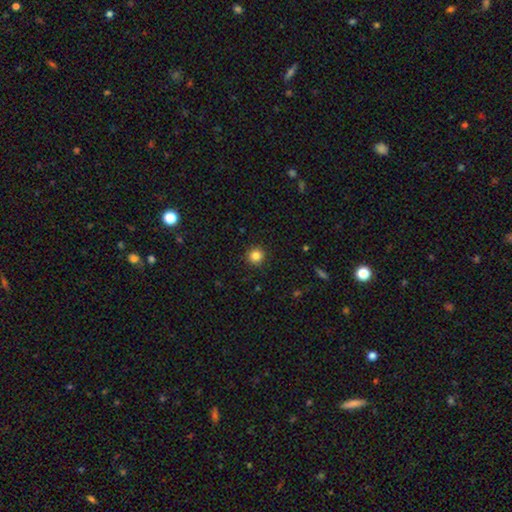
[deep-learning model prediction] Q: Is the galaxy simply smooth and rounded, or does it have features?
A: smooth — 84%.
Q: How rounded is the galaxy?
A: round — 94%.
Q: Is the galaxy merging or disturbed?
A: none — 92%.